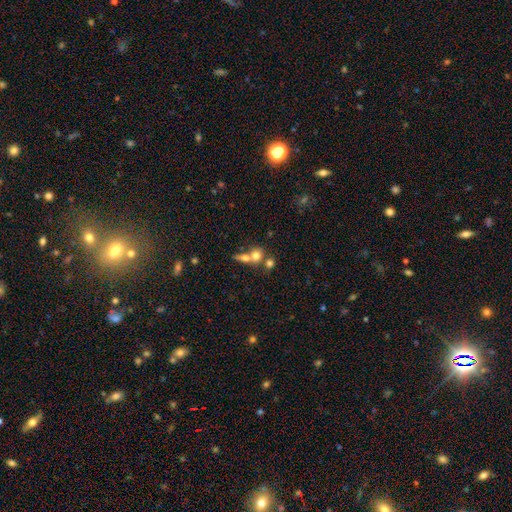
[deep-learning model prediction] Smooth or featured?
  - smooth: 70% *
  - featured or disk: 18%
  - star or artifact: 11%
How rounded?
  - round: 67% *
  - in between: 29%
  - cigar-shaped: 4%
Merging?
  - merger: 58% *
  - none: 30%
  - minor disturbance: 7%
  - major disturbance: 5%